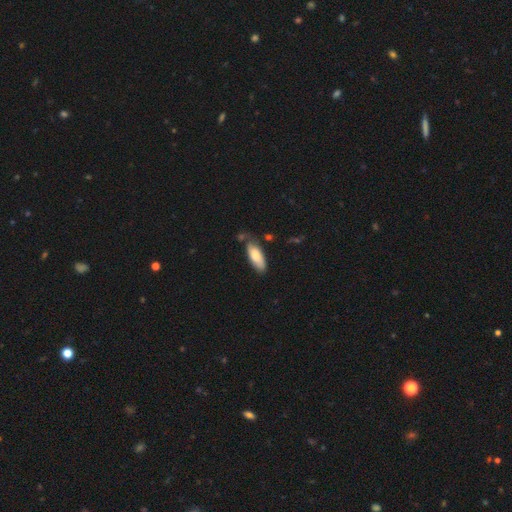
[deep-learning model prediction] Smooth or featured?
  - smooth: 78% *
  - featured or disk: 16%
  - star or artifact: 6%
How rounded?
  - in between: 75% *
  - cigar-shaped: 24%
  - round: 2%
Merging?
  - none: 61% *
  - minor disturbance: 25%
  - merger: 8%
  - major disturbance: 6%